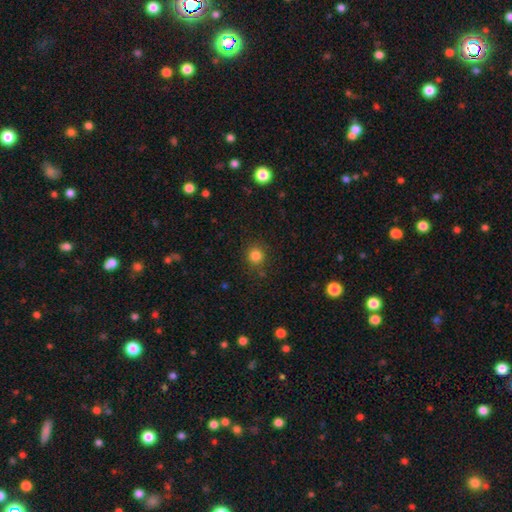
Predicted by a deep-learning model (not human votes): Smooth or featured? smooth (83%)
How rounded? round (92%)
Merging? none (87%)